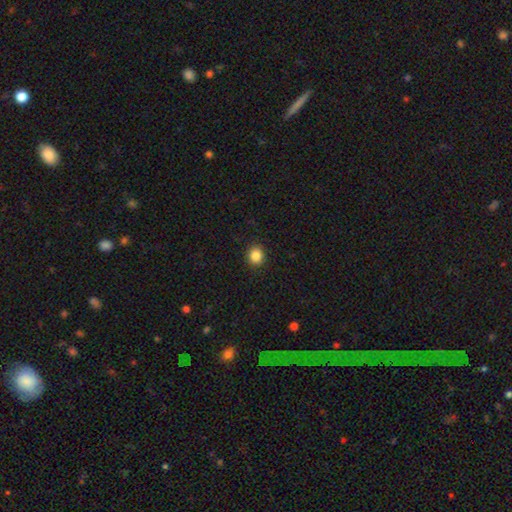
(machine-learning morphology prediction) smooth_or_featured: smooth (p=0.86) [alt: star or artifact p=0.10]
how_rounded: round (p=0.79) [alt: in between p=0.21]
merging: none (p=0.91) [alt: minor disturbance p=0.06]